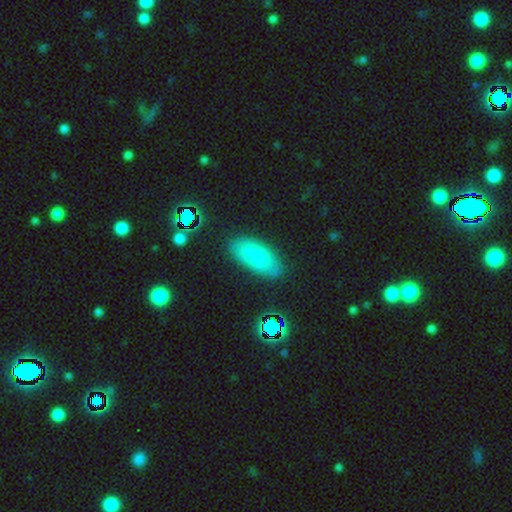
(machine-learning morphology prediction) A smooth galaxy with no disk features (77%) that is in between round and cigar-shaped (87%).

Vote fractions:
- Smooth or featured? smooth: 77% / featured or disk: 12% / star or artifact: 11%
- How rounded? in between: 87% / cigar-shaped: 10% / round: 3%
- Merging? none: 84% / minor disturbance: 11% / major disturbance: 3% / merger: 2%